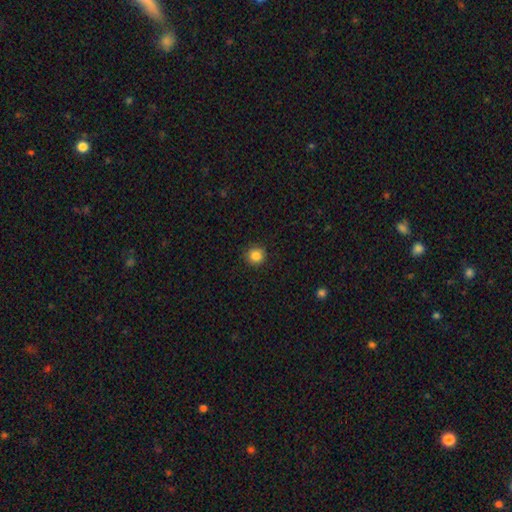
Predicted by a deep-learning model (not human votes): smooth_or_featured: smooth (p=0.85) [alt: star or artifact p=0.10]
how_rounded: round (p=0.94) [alt: in between p=0.05]
merging: none (p=0.91) [alt: minor disturbance p=0.06]